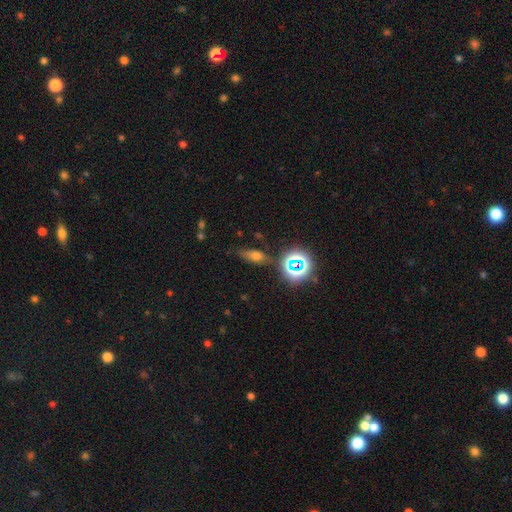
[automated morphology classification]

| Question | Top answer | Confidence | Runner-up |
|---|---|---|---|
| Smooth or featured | smooth | 56% | star or artifact (24%) |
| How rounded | in between | 62% | cigar-shaped (24%) |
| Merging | none | 72% | minor disturbance (18%) |